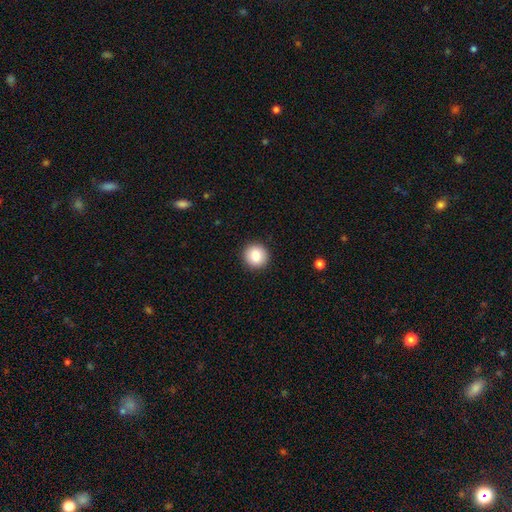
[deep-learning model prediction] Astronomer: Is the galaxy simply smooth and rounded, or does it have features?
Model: smooth — 85%.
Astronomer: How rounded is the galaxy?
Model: round — 94%.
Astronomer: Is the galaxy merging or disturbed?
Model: none — 92%.